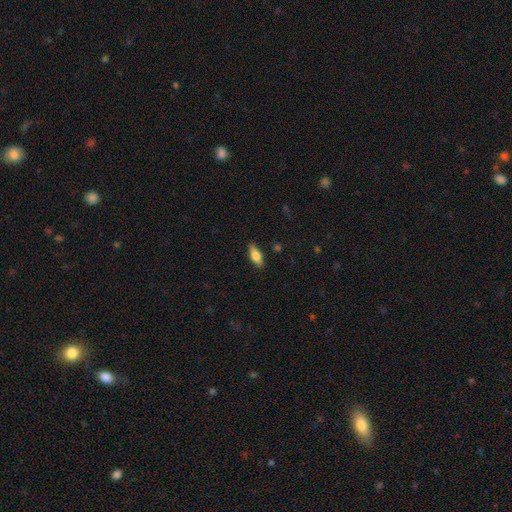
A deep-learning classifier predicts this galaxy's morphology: smooth-or-featured: smooth: 64% | featured or disk: 29% | star or artifact: 7%
  how-rounded: in between: 66% | cigar-shaped: 31% | round: 3%
  merging: none: 84% | minor disturbance: 12% | major disturbance: 2% | merger: 1%